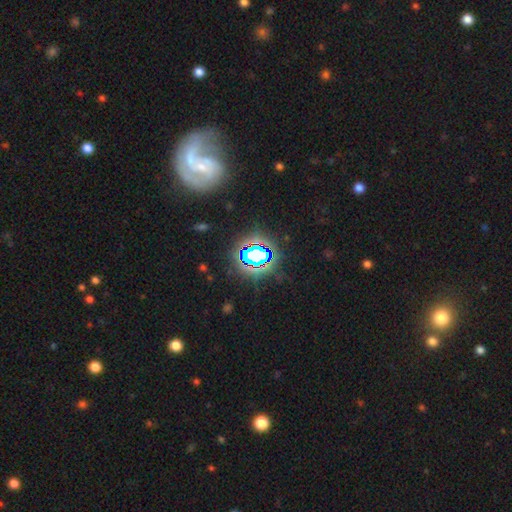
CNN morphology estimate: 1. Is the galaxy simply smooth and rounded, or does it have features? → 73% star or artifact, 16% smooth, 11% featured or disk.